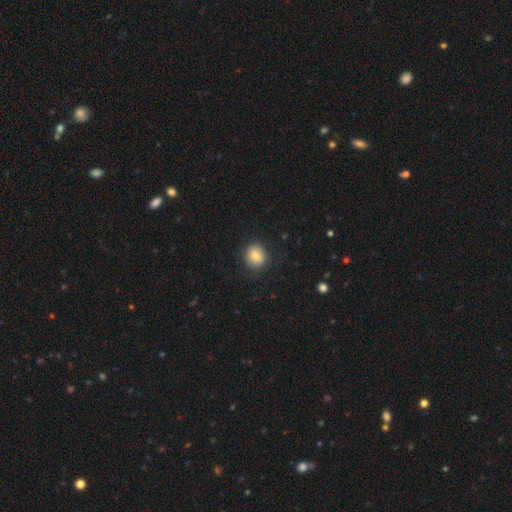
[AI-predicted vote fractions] The model was most divided on "how rounded": round: 84%, in between: 15%, cigar-shaped: 1%. More confident: merging — none (87%); smooth or featured — smooth (84%).